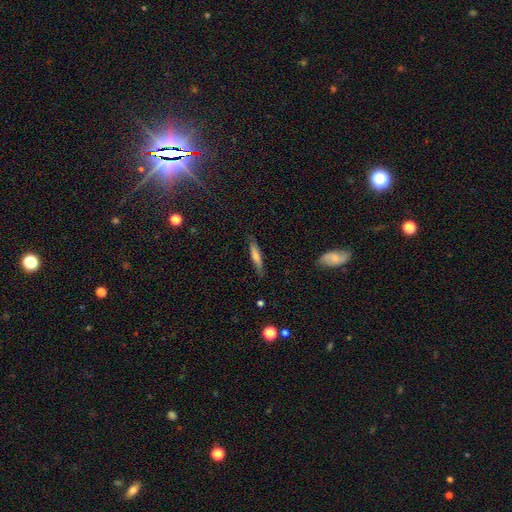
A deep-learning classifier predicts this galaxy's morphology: Q: Smooth or featured?
A: smooth (50%); runner-up: featured or disk (41%)
Q: How rounded?
A: cigar-shaped (87%); runner-up: in between (11%)
Q: Merging?
A: none (84%); runner-up: minor disturbance (12%)